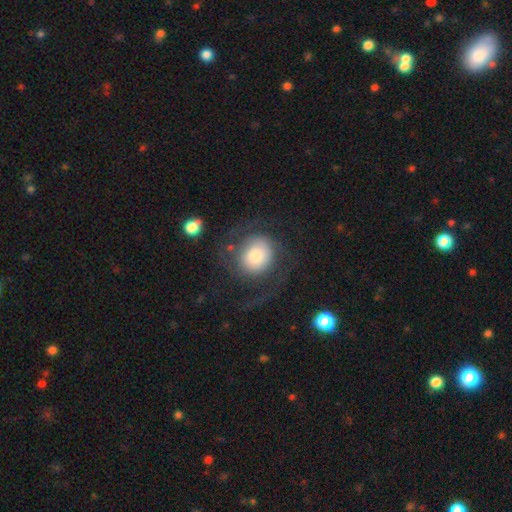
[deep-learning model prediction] Smooth or featured?
  - smooth: 47% *
  - featured or disk: 45%
  - star or artifact: 8%
Merging?
  - none: 56% *
  - major disturbance: 25%
  - minor disturbance: 16%
  - merger: 3%